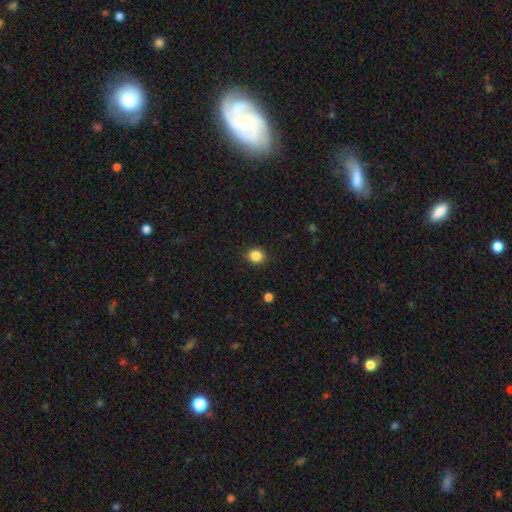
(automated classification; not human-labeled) The model was most divided on "how rounded": round: 75%, in between: 25%, cigar-shaped: 1%. More confident: merging — none (90%); smooth or featured — smooth (86%).